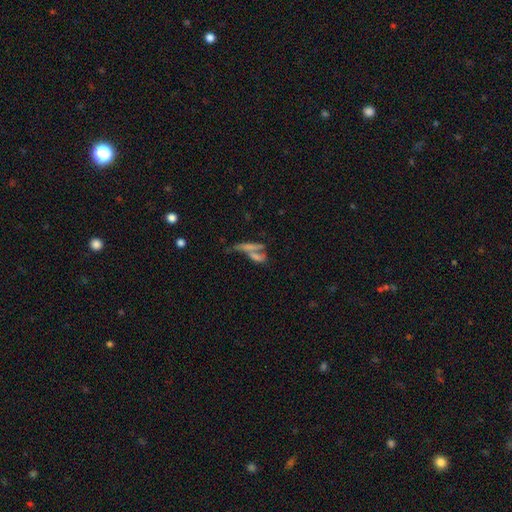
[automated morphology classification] The model was most divided on "how rounded": cigar-shaped: 56%, in between: 37%, round: 7%. More confident: smooth or featured — smooth (55%); merging — merger (53%).